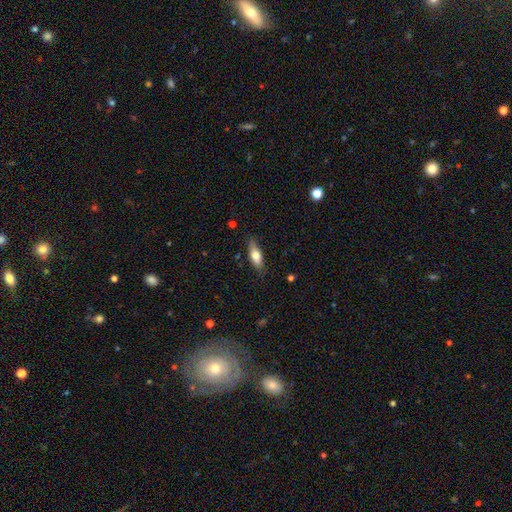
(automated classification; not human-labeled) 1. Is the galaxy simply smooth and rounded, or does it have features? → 66% smooth, 27% featured or disk, 7% star or artifact.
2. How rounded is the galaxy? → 63% in between, 34% cigar-shaped, 3% round.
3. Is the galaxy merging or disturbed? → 82% none, 14% minor disturbance, 3% major disturbance, 1% merger.